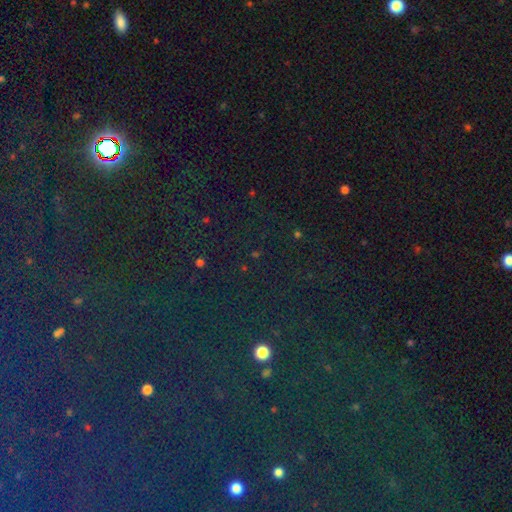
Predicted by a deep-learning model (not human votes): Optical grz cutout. It shows a star or artifact, not a galaxy (82%).